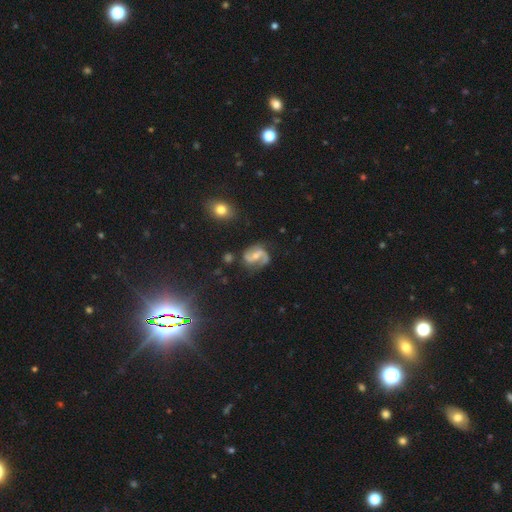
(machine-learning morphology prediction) Q: Smooth or featured?
A: featured or disk (84%); runner-up: smooth (9%)
Q: Edge-on disk?
A: no (98%); runner-up: yes (2%)
Q: Bar?
A: weak (44%); runner-up: no (30%)
Q: Spiral arms?
A: yes (96%); runner-up: no (4%)
Q: Spiral winding?
A: medium (49%); runner-up: loose (39%)
Q: Spiral arm count?
A: 2 (89%); runner-up: 1 (5%)
Q: Bulge size?
A: small (49%); runner-up: moderate (42%)
Q: Merging?
A: none (68%); runner-up: minor disturbance (18%)